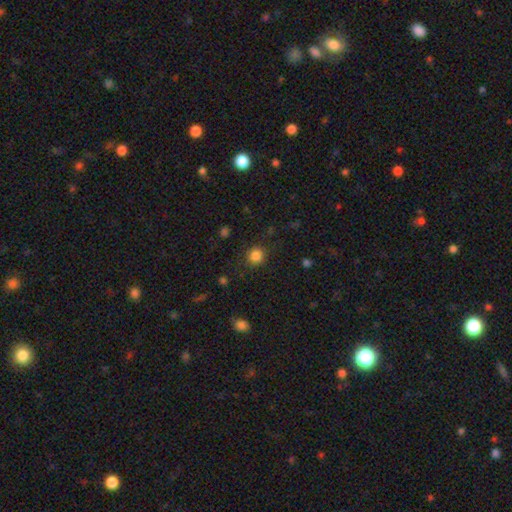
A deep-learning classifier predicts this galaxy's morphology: Smooth or featured: smooth — 84% (star or artifact — 12%)
How rounded: round — 90% (in between — 9%)
Merging: none — 88% (minor disturbance — 8%)